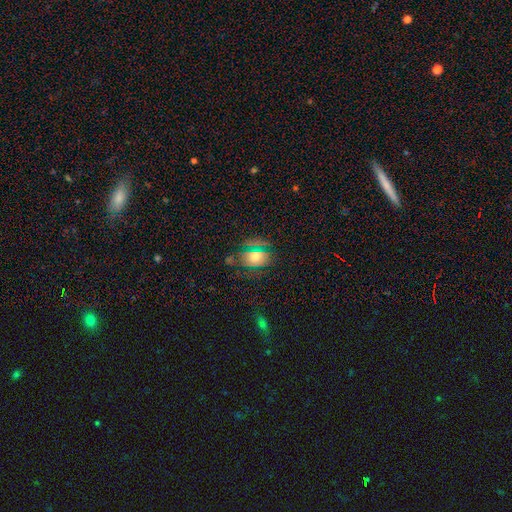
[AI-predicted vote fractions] Q: Smooth or featured?
A: smooth (61%); runner-up: star or artifact (20%)
Q: How rounded?
A: in between (69%); runner-up: round (27%)
Q: Merging?
A: none (64%); runner-up: minor disturbance (21%)